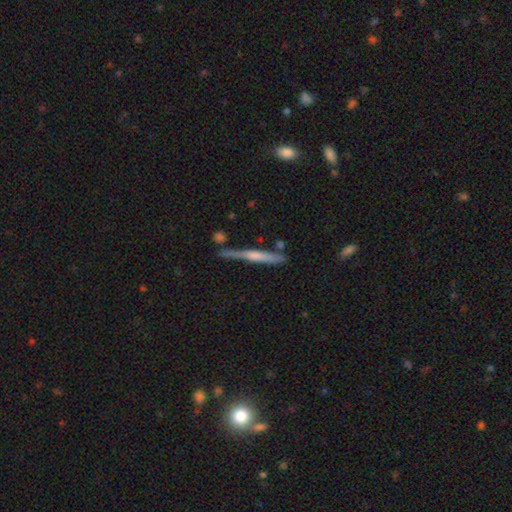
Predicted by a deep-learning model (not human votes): smooth-or-featured: featured or disk: 70% | smooth: 20% | star or artifact: 10%
  disk-edge-on: yes: 96% | no: 4%
    edge-on-bulge: rounded: 66% | none: 22% | boxy: 12%
  merging: none: 80% | minor disturbance: 12% | merger: 5% | major disturbance: 4%